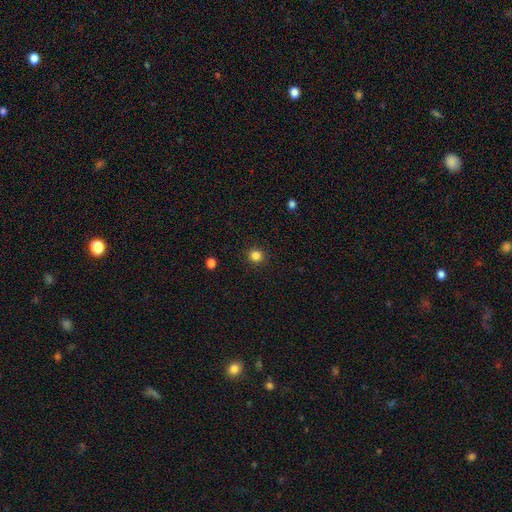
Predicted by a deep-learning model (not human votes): A smooth galaxy with no disk features (84%) that is round (93%).

Vote fractions:
- Smooth or featured? smooth: 84% / star or artifact: 12% / featured or disk: 4%
- How rounded? round: 93% / in between: 6% / cigar-shaped: 1%
- Merging? none: 92% / minor disturbance: 5% / major disturbance: 2% / merger: 1%